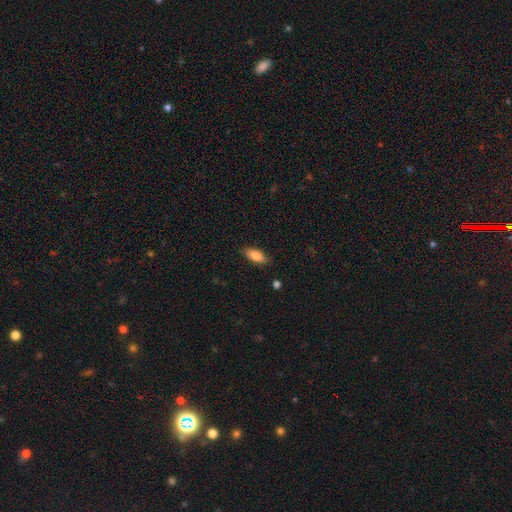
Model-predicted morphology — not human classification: A smooth galaxy with no disk features (82%) that is in between round and cigar-shaped (78%). Merging: none (85%).